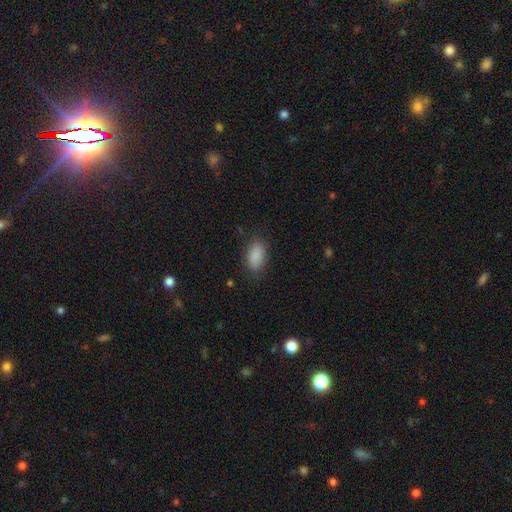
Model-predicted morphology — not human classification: smooth 88%, star or artifact 8%, featured or disk 4%. Down the decision tree: how rounded — in between (92%); merging — none (82%).